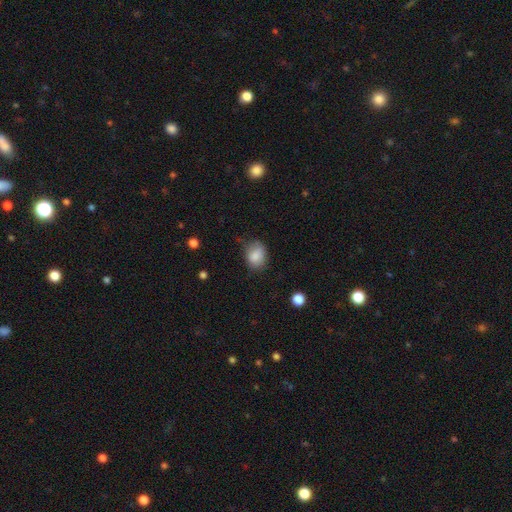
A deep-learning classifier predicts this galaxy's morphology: This appears to be a smooth galaxy with no disk features (85%) that is in between round and cigar-shaped (57%). Merging: none (67%).